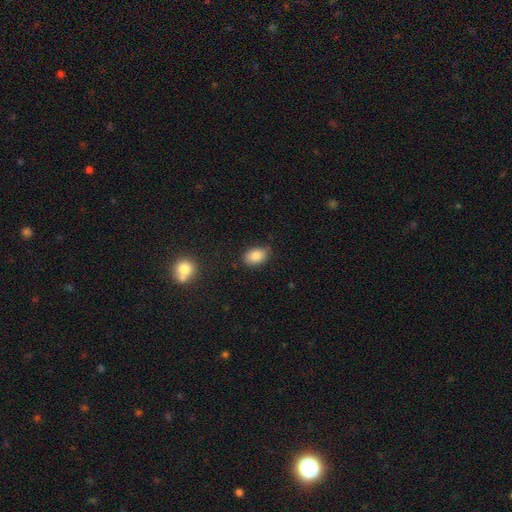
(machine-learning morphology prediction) Smooth or featured? Predicted: smooth (p=0.85). How rounded? Predicted: in between (p=0.85). Merging? Predicted: none (p=0.80).